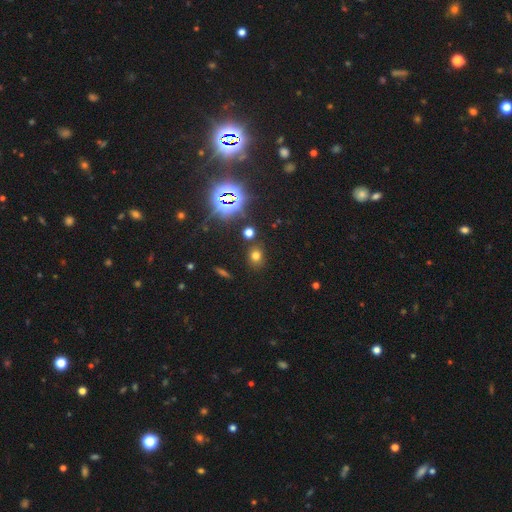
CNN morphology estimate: smooth-or-featured: smooth: 63% | star or artifact: 29% | featured or disk: 8%
  how-rounded: round: 62% | in between: 37% | cigar-shaped: 2%
  merging: none: 83% | minor disturbance: 9% | merger: 5% | major disturbance: 3%